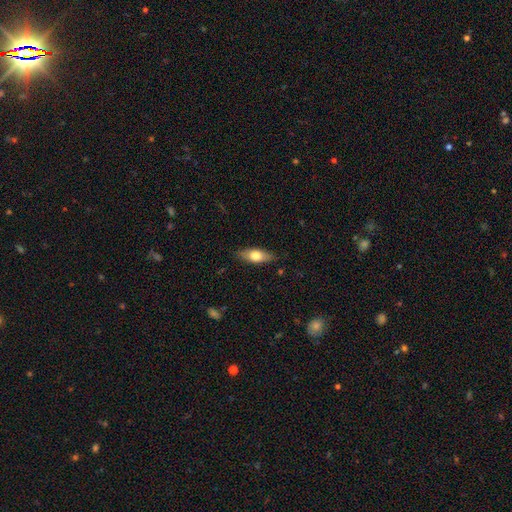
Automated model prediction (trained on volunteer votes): Smooth or featured: smooth — 67% (featured or disk — 27%)
How rounded: in between — 74% (cigar-shaped — 22%)
Merging: none — 84% (minor disturbance — 12%)